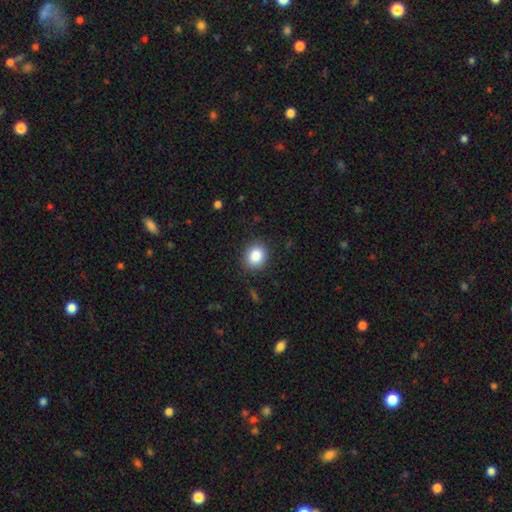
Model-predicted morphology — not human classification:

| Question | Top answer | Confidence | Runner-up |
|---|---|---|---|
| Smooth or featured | smooth | 87% | star or artifact (9%) |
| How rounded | round | 66% | in between (33%) |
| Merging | none | 87% | minor disturbance (9%) |